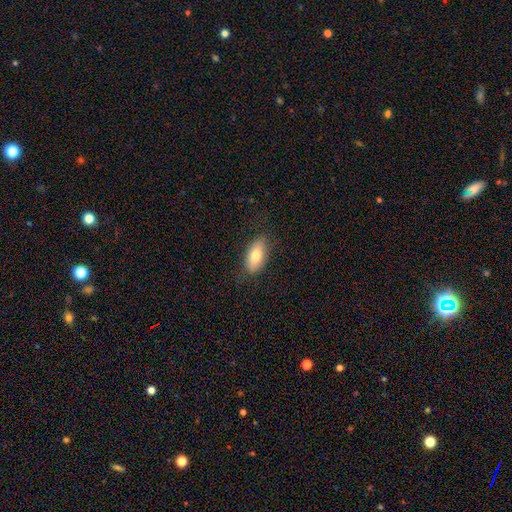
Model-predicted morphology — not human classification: Q: Smooth or featured?
A: smooth (75%); runner-up: featured or disk (18%)
Q: How rounded?
A: in between (88%); runner-up: cigar-shaped (8%)
Q: Merging?
A: none (83%); runner-up: minor disturbance (13%)